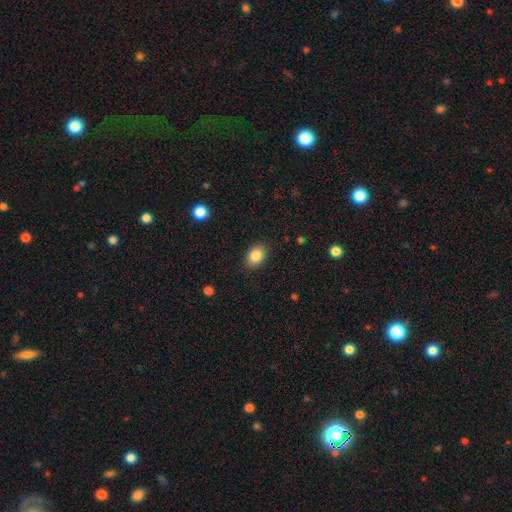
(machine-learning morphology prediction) Smooth or featured? smooth (86%)
How rounded? in between (77%)
Merging? none (86%)